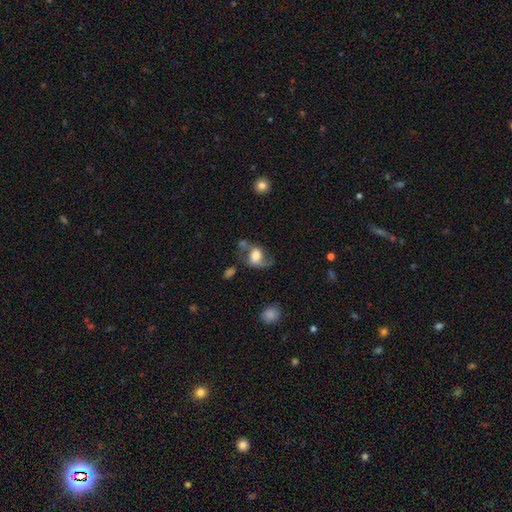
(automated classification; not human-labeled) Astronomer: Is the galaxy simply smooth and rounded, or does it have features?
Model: smooth — 46%, tied with featured or disk at 46%.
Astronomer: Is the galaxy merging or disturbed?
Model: none — 42% (runner-up: major disturbance, 24%).